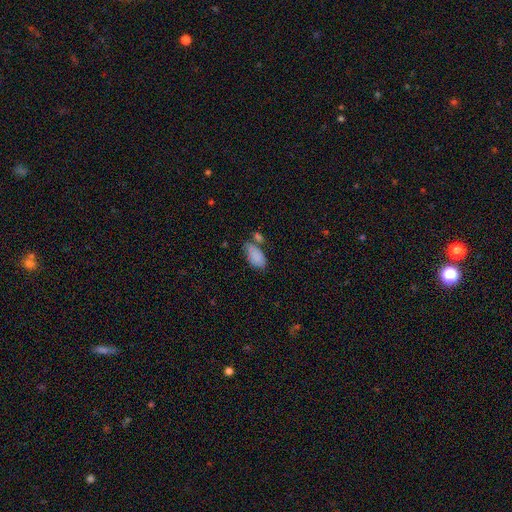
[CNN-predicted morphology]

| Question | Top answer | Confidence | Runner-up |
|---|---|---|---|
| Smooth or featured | smooth | 83% | star or artifact (9%) |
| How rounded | in between | 93% | round (4%) |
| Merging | none | 50% | merger (21%) |